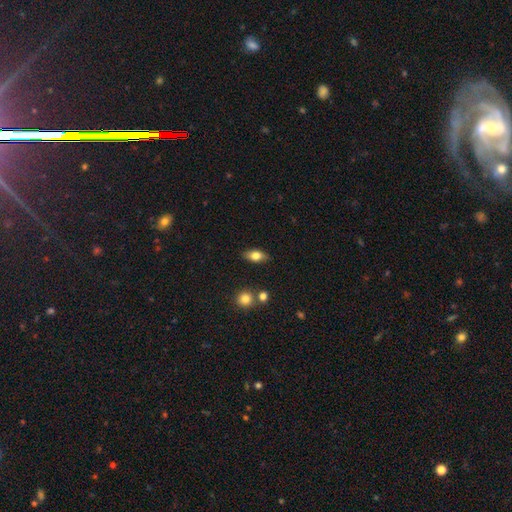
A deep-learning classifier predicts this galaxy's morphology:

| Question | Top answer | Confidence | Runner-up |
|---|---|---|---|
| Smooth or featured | smooth | 74% | featured or disk (19%) |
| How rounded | in between | 85% | cigar-shaped (9%) |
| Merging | none | 85% | minor disturbance (10%) |